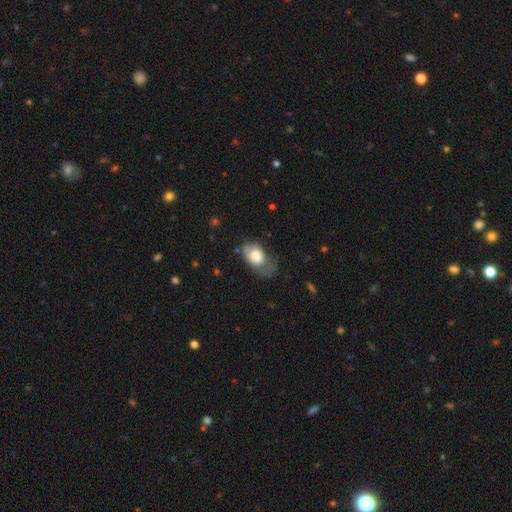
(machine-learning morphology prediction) type=smooth (67%); roundness=in between (82%); merging=major disturbance (38%).